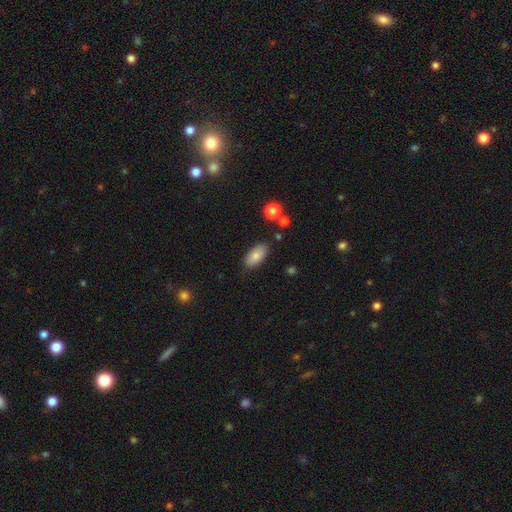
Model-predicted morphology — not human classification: Q: Smooth or featured?
A: smooth (82%); runner-up: featured or disk (10%)
Q: How rounded?
A: in between (90%); runner-up: cigar-shaped (6%)
Q: Merging?
A: none (84%); runner-up: minor disturbance (11%)